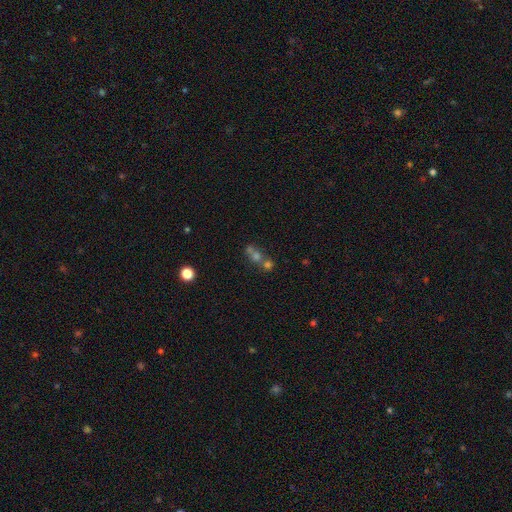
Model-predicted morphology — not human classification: Smooth or featured: smooth — 51% (star or artifact — 27%)
How rounded: round — 69% (in between — 27%)
Merging: merger — 54% (none — 34%)